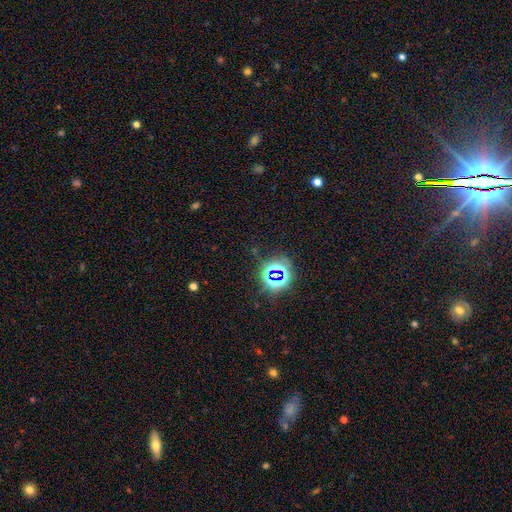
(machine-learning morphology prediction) A star or artifact, not a galaxy (76%).